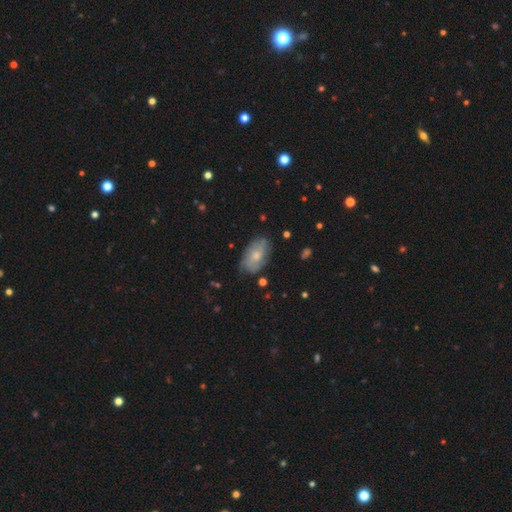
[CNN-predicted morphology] A smooth galaxy with no disk features (55%) that is in between round and cigar-shaped (92%).

Vote fractions:
- Smooth or featured? smooth: 55% / featured or disk: 38% / star or artifact: 7%
- How rounded? in between: 92% / round: 6% / cigar-shaped: 2%
- Merging? none: 73% / minor disturbance: 20% / major disturbance: 5% / merger: 2%